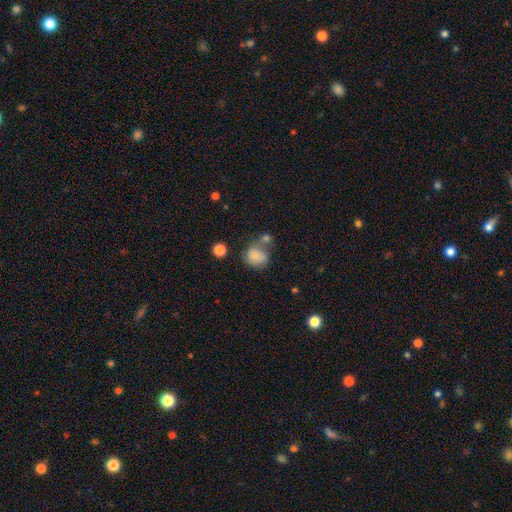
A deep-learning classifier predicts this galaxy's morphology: The model was most divided on "merging": none: 40%, merger: 29%, minor disturbance: 20%, major disturbance: 11%. More confident: smooth or featured — smooth (74%); how rounded — round (72%).